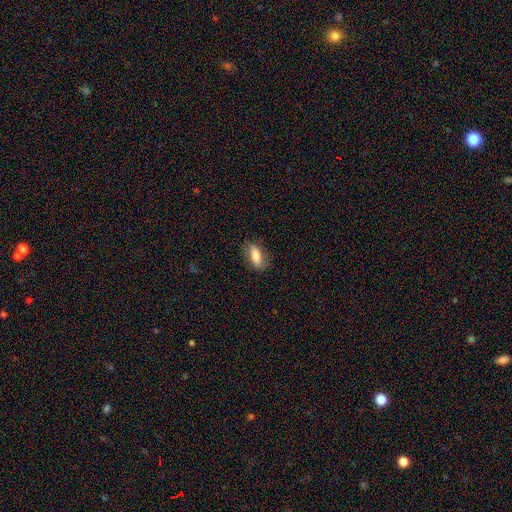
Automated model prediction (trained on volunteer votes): Morphology: type=smooth (69%); roundness=in between (78%); merging=none (75%).